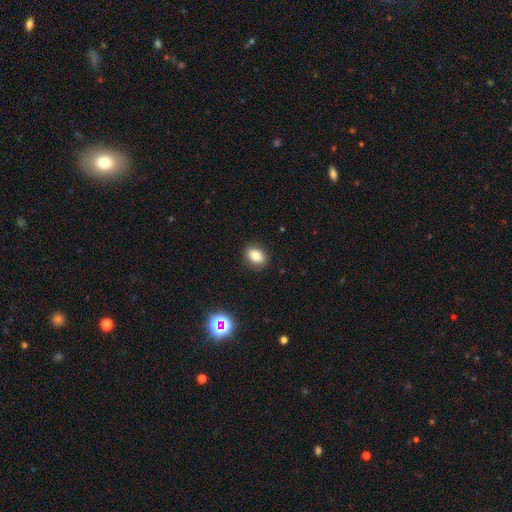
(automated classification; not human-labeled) Morphology: type=smooth (80%); roundness=in between (67%); merging=none (87%).